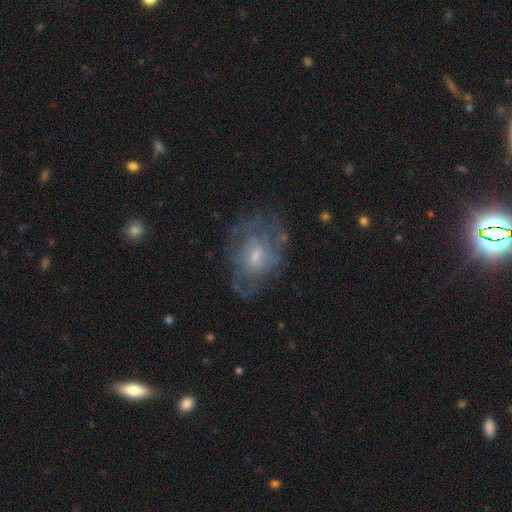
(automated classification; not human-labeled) Q: Smooth or featured?
A: featured or disk (63%); runner-up: smooth (27%)
Q: Edge-on disk?
A: no (96%); runner-up: yes (4%)
Q: Bar?
A: no (51%); runner-up: weak (42%)
Q: Spiral arms?
A: yes (62%); runner-up: no (38%)
Q: Bulge size?
A: small (44%); runner-up: moderate (43%)
Q: Merging?
A: none (58%); runner-up: minor disturbance (22%)